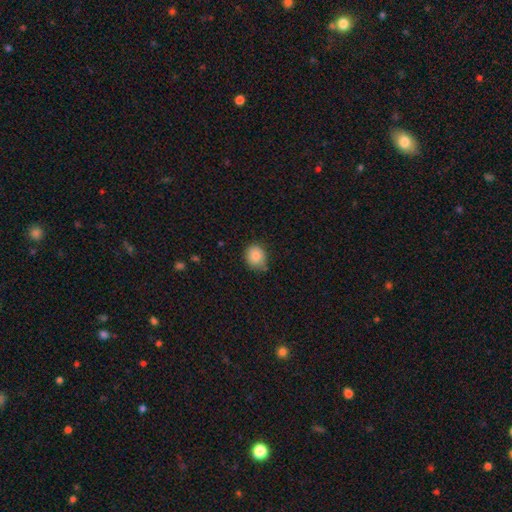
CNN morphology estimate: smooth-or-featured: smooth: 85% | star or artifact: 9% | featured or disk: 6%
  how-rounded: round: 73% | in between: 26% | cigar-shaped: 1%
  merging: none: 70% | minor disturbance: 24% | major disturbance: 4% | merger: 2%